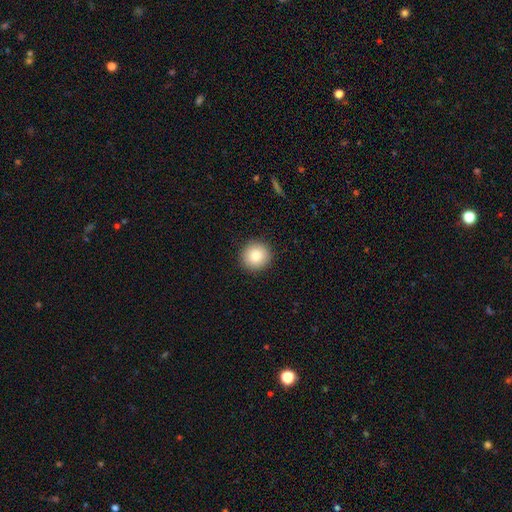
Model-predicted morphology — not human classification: A smooth galaxy with no disk features (83%) that is round (94%).

Vote fractions:
- Smooth or featured? smooth: 83% / star or artifact: 9% / featured or disk: 8%
- How rounded? round: 94% / in between: 5% / cigar-shaped: 1%
- Merging? none: 92% / minor disturbance: 5% / major disturbance: 2% / merger: 1%